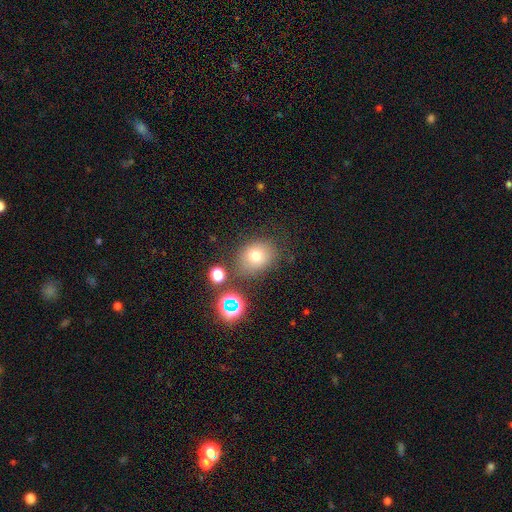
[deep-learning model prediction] Smooth or featured: smooth — 72% (star or artifact — 16%)
How rounded: round — 56% (in between — 43%)
Merging: none — 71% (minor disturbance — 16%)